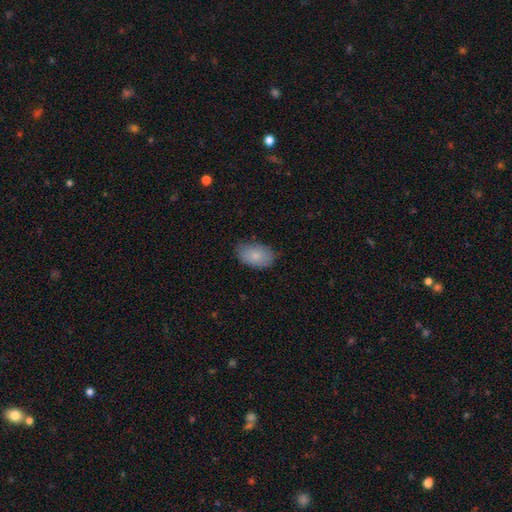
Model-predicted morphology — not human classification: smooth_or_featured: smooth (p=0.82) [alt: featured or disk p=0.12]
how_rounded: in between (p=0.92) [alt: round p=0.06]
merging: none (p=0.79) [alt: minor disturbance p=0.17]